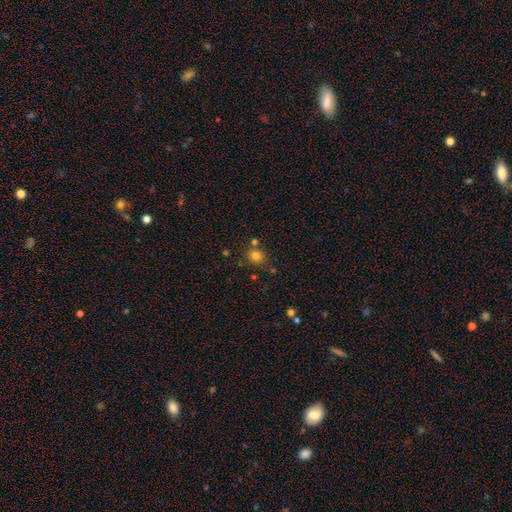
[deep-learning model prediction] This is likely a smooth galaxy (79%). How rounded: clearly round (82%). Merging: likely none (73%).